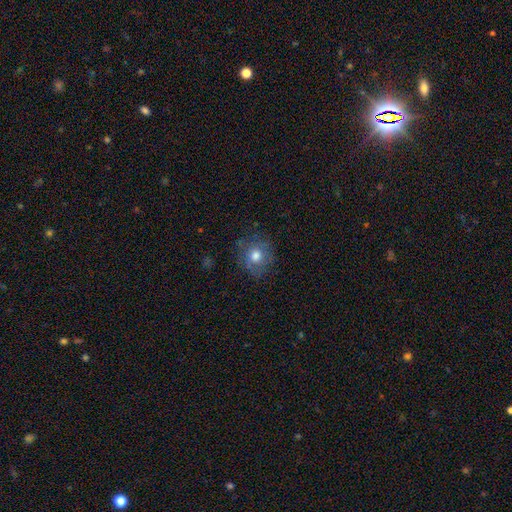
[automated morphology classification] The model was most divided on "smooth or featured": smooth: 69%, featured or disk: 21%, star or artifact: 11%. More confident: how rounded — round (86%); merging — none (76%).